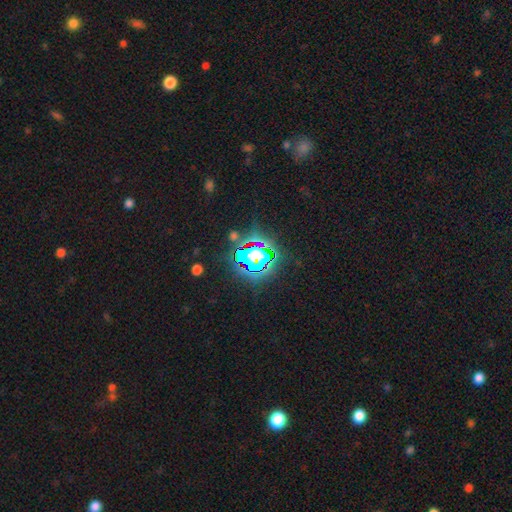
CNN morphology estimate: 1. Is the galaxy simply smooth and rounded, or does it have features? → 66% star or artifact, 19% smooth, 14% featured or disk.